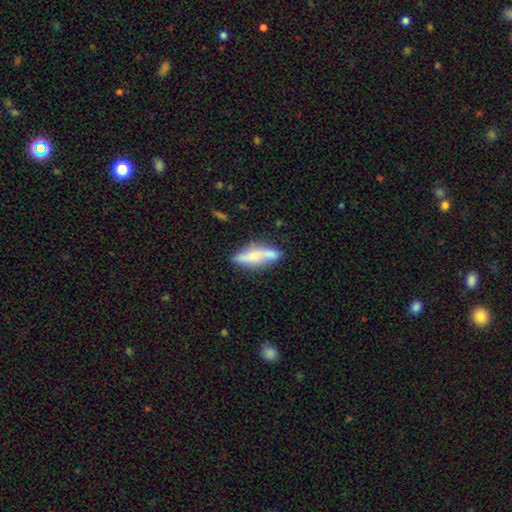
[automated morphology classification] Smooth or featured: featured or disk — 47% (smooth — 46%)
Merging: none — 61% (minor disturbance — 22%)